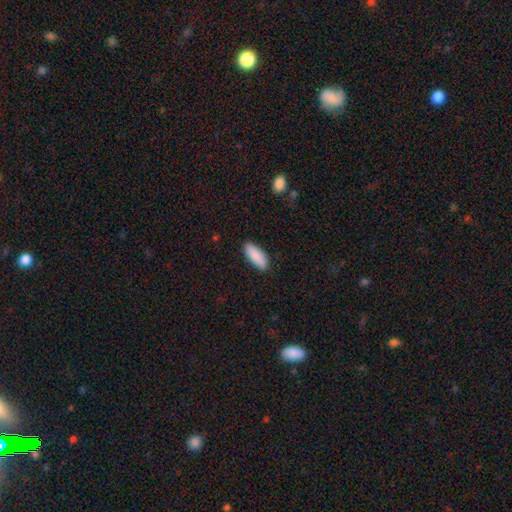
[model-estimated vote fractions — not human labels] Smooth or featured?
  - smooth: 89% *
  - star or artifact: 6%
  - featured or disk: 5%
How rounded?
  - in between: 77% *
  - cigar-shaped: 21%
  - round: 2%
Merging?
  - none: 88% *
  - minor disturbance: 9%
  - major disturbance: 2%
  - merger: 1%